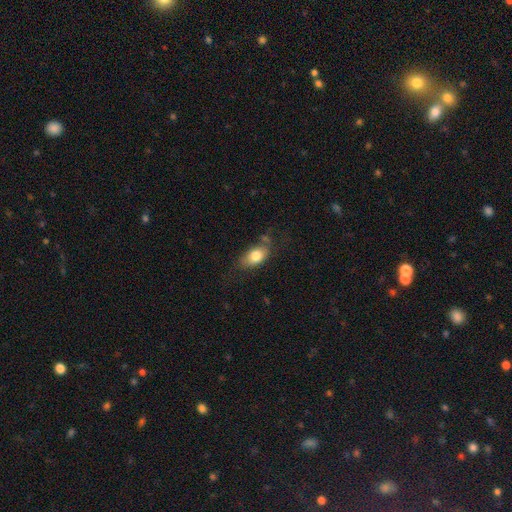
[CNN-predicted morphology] type=smooth (78%); roundness=in between (85%); merging=none (60%).